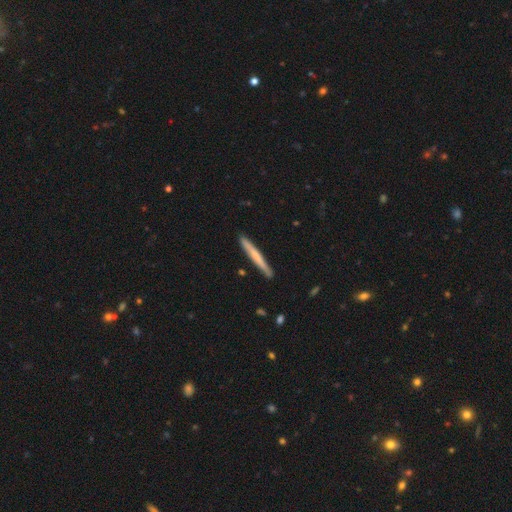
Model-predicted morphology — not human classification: A smooth galaxy with no disk features (60%) that is cigar-shaped (97%). Merging: none (90%).